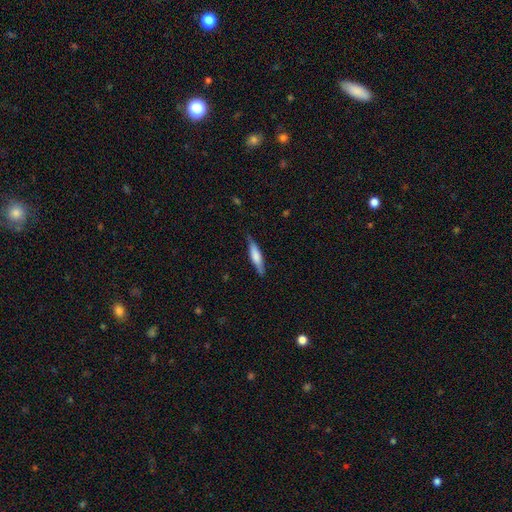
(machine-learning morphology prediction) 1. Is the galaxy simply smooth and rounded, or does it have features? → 64% smooth, 31% featured or disk, 6% star or artifact.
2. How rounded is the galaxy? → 79% cigar-shaped, 19% in between, 1% round.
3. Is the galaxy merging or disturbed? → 81% none, 15% minor disturbance, 3% major disturbance, 1% merger.